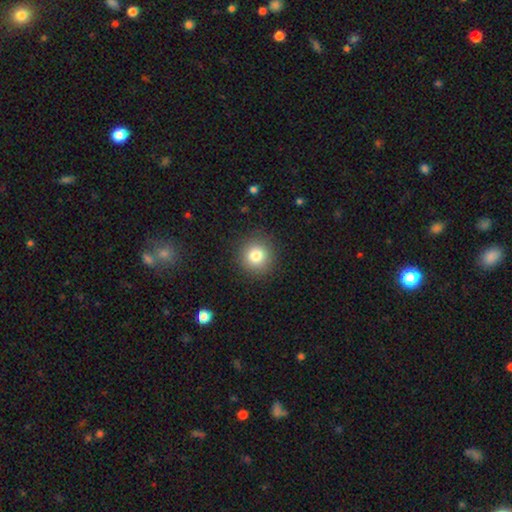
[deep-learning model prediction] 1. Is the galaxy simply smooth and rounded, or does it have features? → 81% smooth, 11% star or artifact, 8% featured or disk.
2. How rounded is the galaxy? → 92% round, 7% in between, 1% cigar-shaped.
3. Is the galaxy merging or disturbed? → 89% none, 7% minor disturbance, 3% major disturbance, 1% merger.